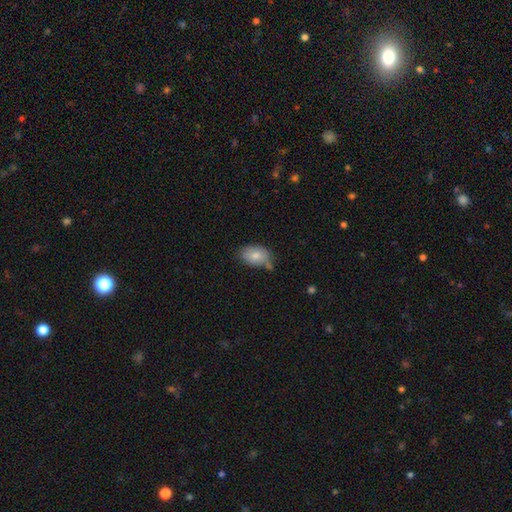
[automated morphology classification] This appears to be a smooth galaxy with no disk features (80%) that is in between round and cigar-shaped (86%). Merging: none (53%).